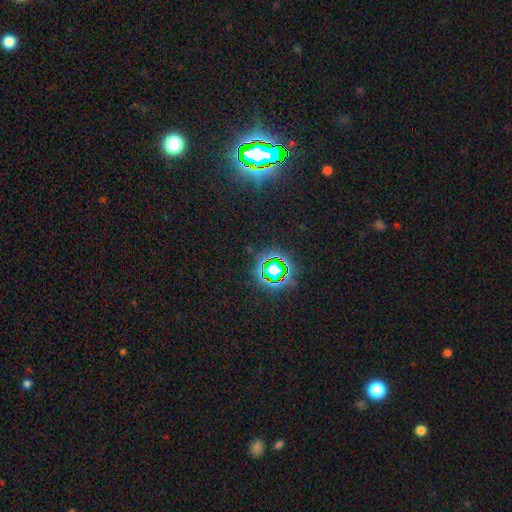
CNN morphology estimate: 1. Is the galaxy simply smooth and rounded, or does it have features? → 81% star or artifact, 12% smooth, 6% featured or disk.